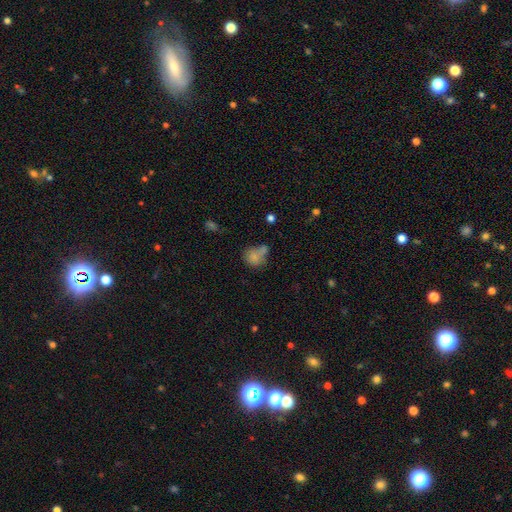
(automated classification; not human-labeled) This appears to be a smooth galaxy with no disk features (79%) that is round (65%). Merging: none (38%).